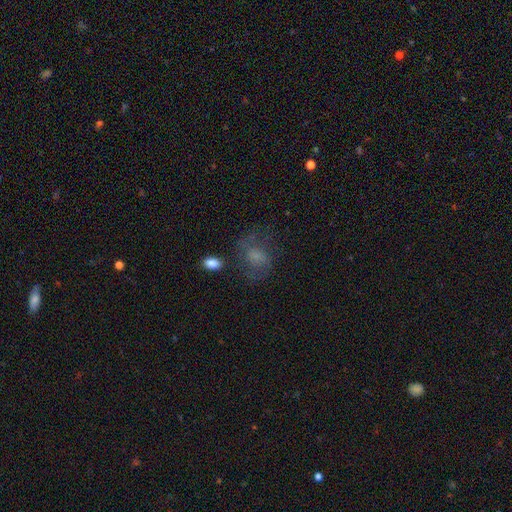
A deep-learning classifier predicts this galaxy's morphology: Smooth or featured? Predicted: smooth (p=0.46). Merging? Predicted: none (p=0.57).